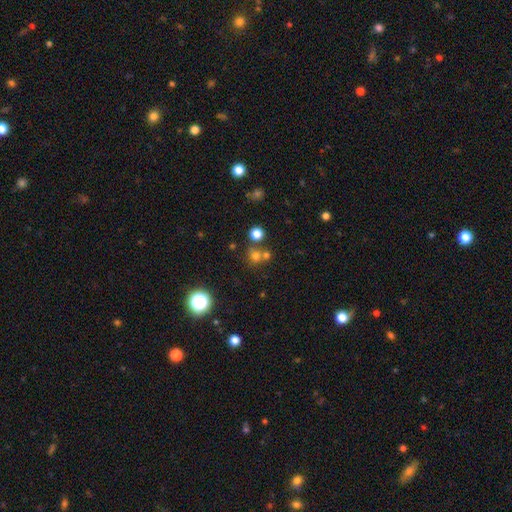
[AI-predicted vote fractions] Morphology: type=smooth (65%); roundness=round (87%); merging=none (59%).